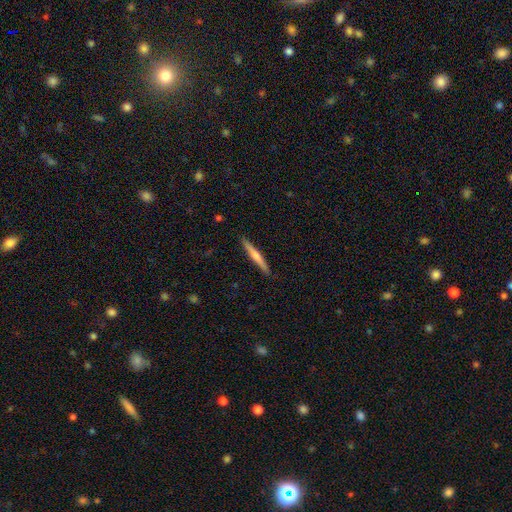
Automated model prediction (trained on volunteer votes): Smooth or featured?
  - featured or disk: 52% *
  - smooth: 42%
  - star or artifact: 6%
Edge-on disk?
  - yes: 97% *
  - no: 3%
Edge-on bulge?
  - rounded: 68% *
  - none: 25%
  - boxy: 7%
Merging?
  - none: 91% *
  - minor disturbance: 6%
  - major disturbance: 1%
  - merger: 1%